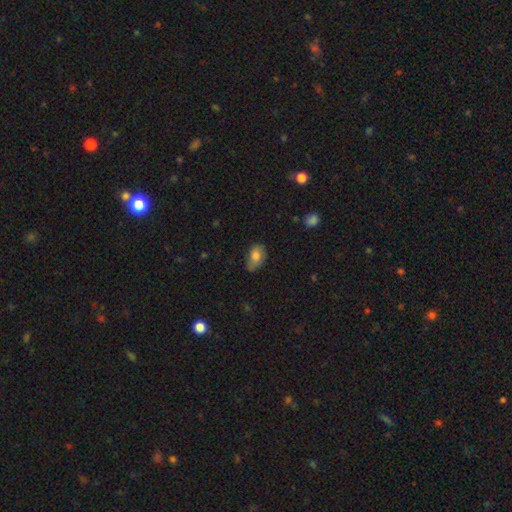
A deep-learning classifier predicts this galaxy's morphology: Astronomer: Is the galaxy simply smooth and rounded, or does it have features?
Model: smooth — 78%.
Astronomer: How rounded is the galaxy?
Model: in between — 87%.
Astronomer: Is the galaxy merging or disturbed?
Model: none — 49% (runner-up: minor disturbance, 38%).